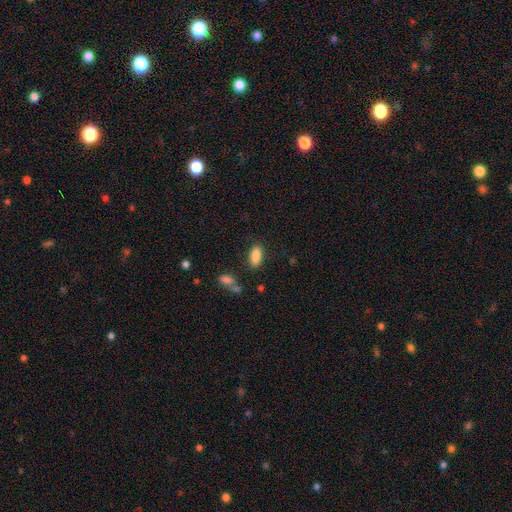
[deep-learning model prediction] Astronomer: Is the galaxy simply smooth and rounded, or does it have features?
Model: smooth — 87%.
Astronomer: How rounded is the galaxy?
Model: in between — 87%.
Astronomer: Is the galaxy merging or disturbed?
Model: none — 83%.